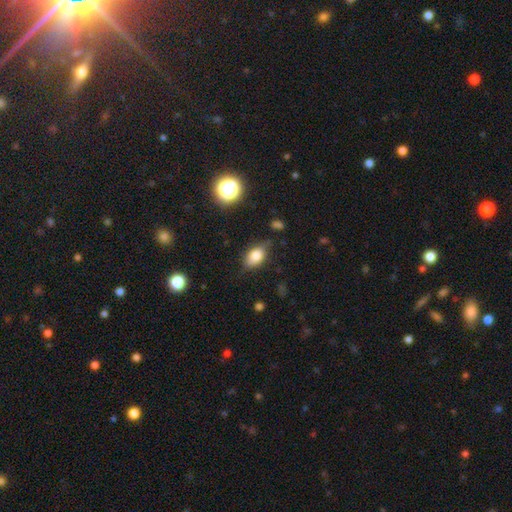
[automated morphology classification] smooth_or_featured: smooth (p=0.76) [alt: featured or disk p=0.14]
how_rounded: in between (p=0.85) [alt: round p=0.12]
merging: none (p=0.69) [alt: minor disturbance p=0.23]